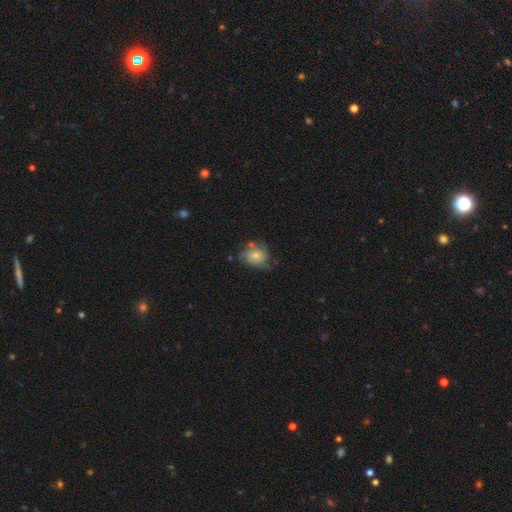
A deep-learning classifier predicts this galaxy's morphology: Smooth or featured: smooth — 59% (featured or disk — 32%)
How rounded: round — 66% (in between — 33%)
Merging: none — 51% (minor disturbance — 29%)